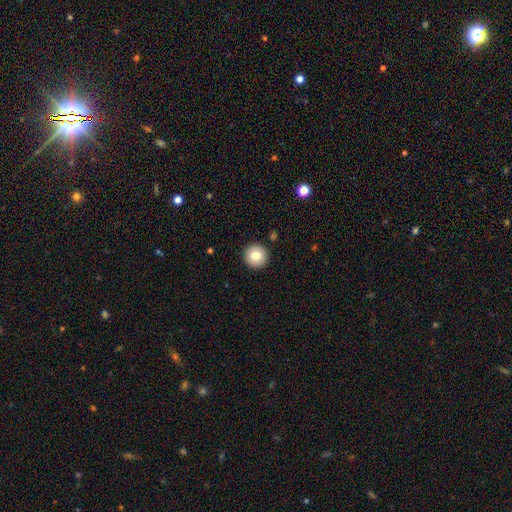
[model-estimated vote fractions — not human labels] This is likely a smooth galaxy (80%). How rounded: clearly round (96%). Merging: clearly none (93%).